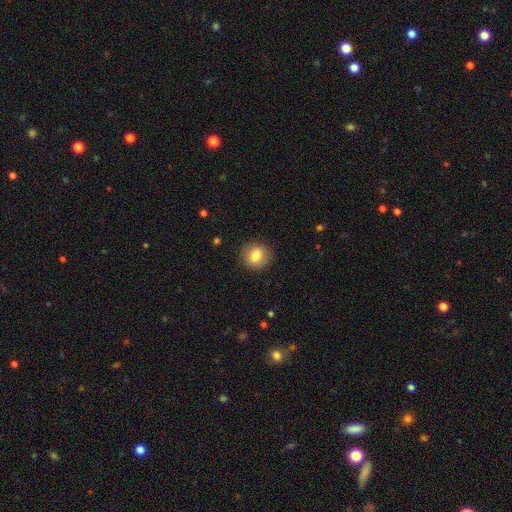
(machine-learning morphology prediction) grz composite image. It shows a smooth galaxy with no disk features (81%) that is round (86%). Merging: none (90%).